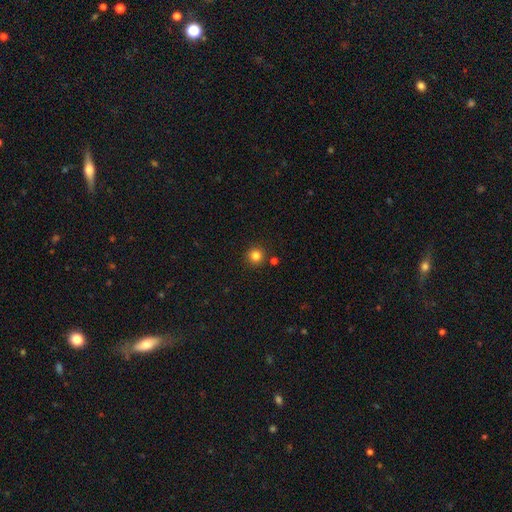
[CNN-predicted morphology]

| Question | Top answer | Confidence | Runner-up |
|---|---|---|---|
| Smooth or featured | smooth | 81% | star or artifact (13%) |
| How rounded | round | 95% | in between (5%) |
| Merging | none | 88% | minor disturbance (6%) |